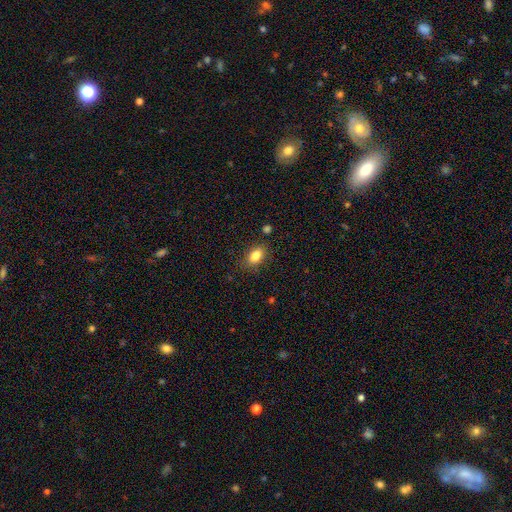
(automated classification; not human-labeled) This appears to be a smooth galaxy with no disk features (84%) that is in between round and cigar-shaped (85%). Merging: none (83%).